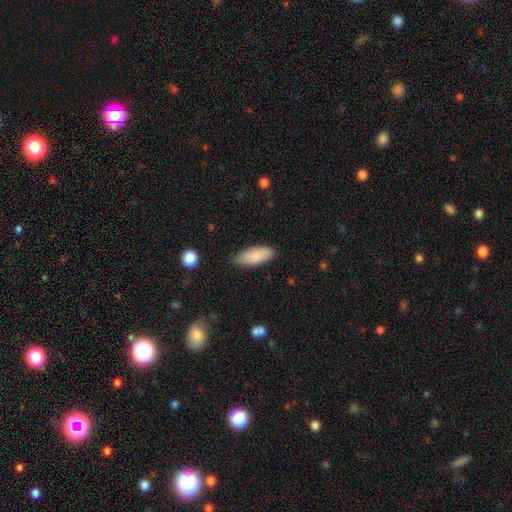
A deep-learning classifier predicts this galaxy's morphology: Overall: smooth (87%). How rounded: in between (78%). Merging: none (79%).